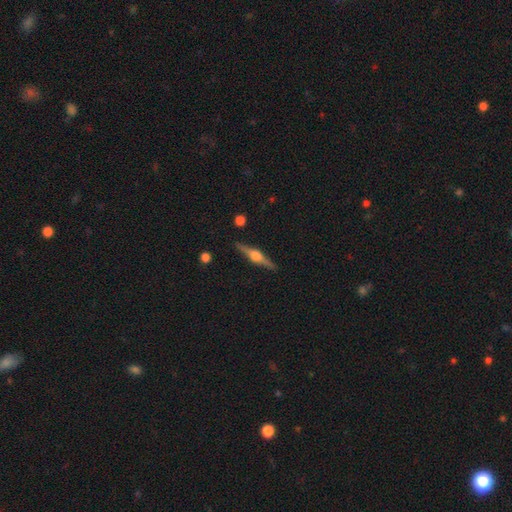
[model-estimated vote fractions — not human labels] The model was most divided on "smooth or featured": featured or disk: 79%, smooth: 16%, star or artifact: 6%. More confident: edge-on disk — yes (98%); edge-on bulge — rounded (93%); merging — none (90%).